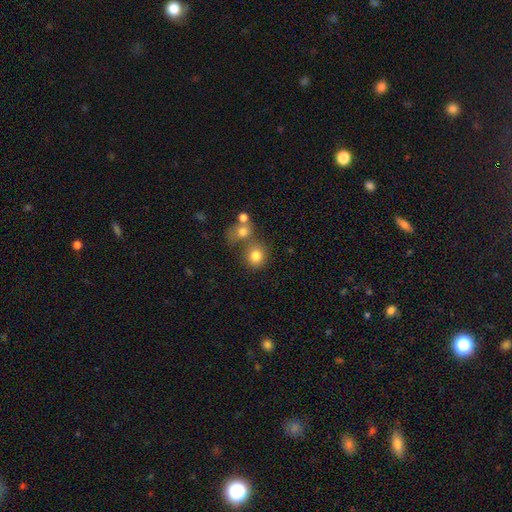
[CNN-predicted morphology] A smooth galaxy with no disk features (79%) that is round (80%). Merging: none (54%).